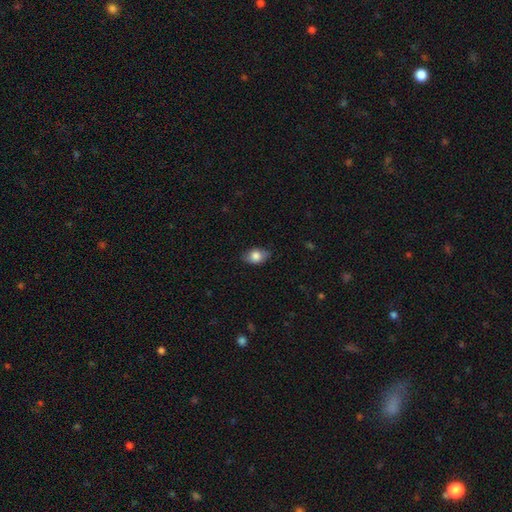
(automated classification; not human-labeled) Q: Smooth or featured?
A: smooth (79%); runner-up: featured or disk (14%)
Q: How rounded?
A: in between (83%); runner-up: round (15%)
Q: Merging?
A: none (79%); runner-up: minor disturbance (17%)